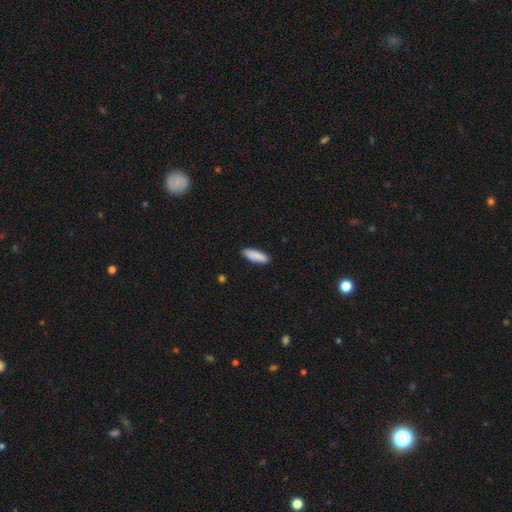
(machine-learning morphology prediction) Smooth or featured? Predicted: smooth (p=0.88). How rounded? Predicted: in between (p=0.55). Merging? Predicted: none (p=0.85).